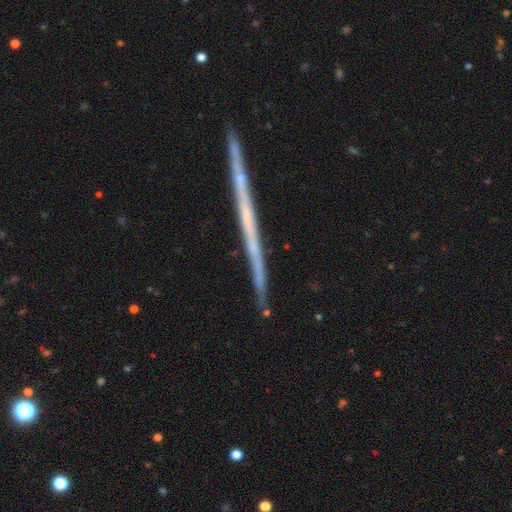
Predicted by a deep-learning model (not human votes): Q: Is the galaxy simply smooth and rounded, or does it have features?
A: featured or disk — 65%.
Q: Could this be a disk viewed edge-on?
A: yes — 97%.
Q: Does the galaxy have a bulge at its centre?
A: none — 88%.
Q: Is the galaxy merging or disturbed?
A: none — 87%.